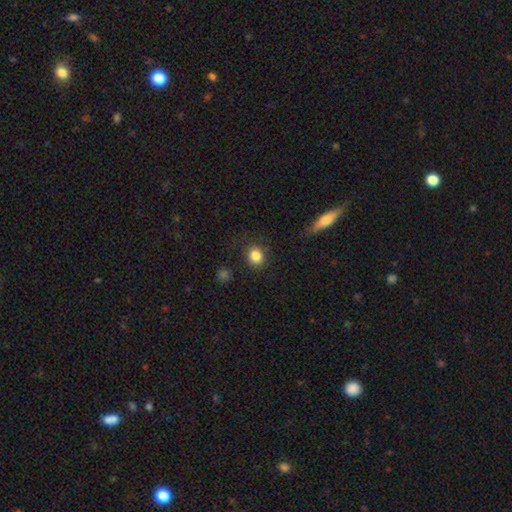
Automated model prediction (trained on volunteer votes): Smooth or featured? Predicted: smooth (p=0.85). How rounded? Predicted: round (p=0.75). Merging? Predicted: none (p=0.83).